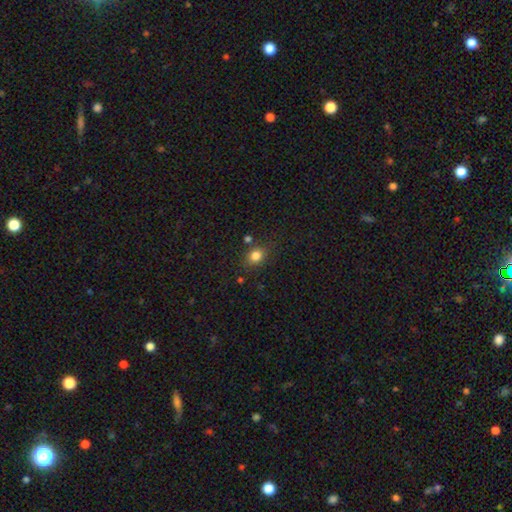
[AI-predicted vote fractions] Smooth or featured?
  - smooth: 82% *
  - star or artifact: 12%
  - featured or disk: 6%
How rounded?
  - round: 55% *
  - in between: 44%
  - cigar-shaped: 1%
Merging?
  - none: 77% *
  - minor disturbance: 13%
  - merger: 6%
  - major disturbance: 4%